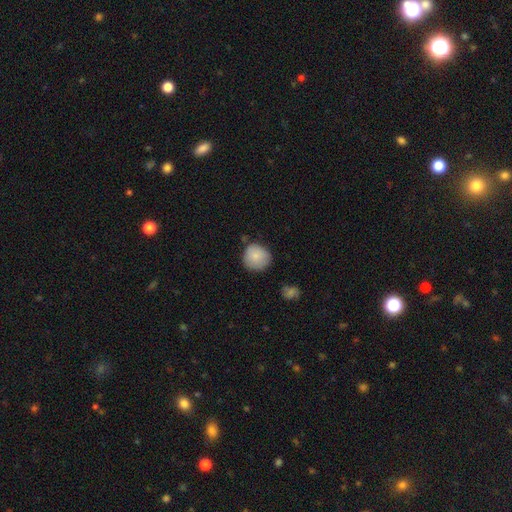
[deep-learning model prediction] Overall: smooth (83%). How rounded: round (90%). Merging: none (69%).